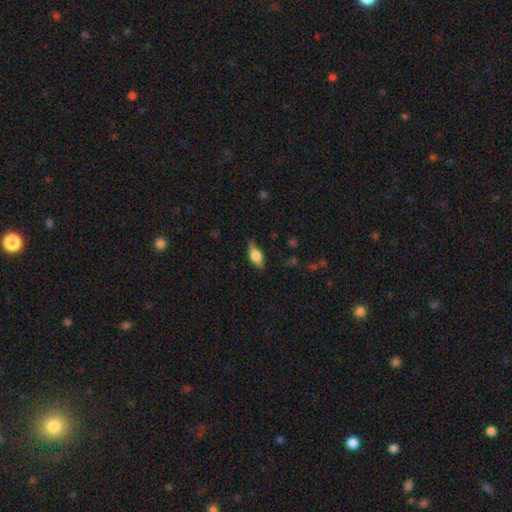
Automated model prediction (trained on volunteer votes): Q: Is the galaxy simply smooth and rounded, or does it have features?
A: smooth — 60%.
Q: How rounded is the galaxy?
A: in between — 75%.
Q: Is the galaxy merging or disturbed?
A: none — 80%.